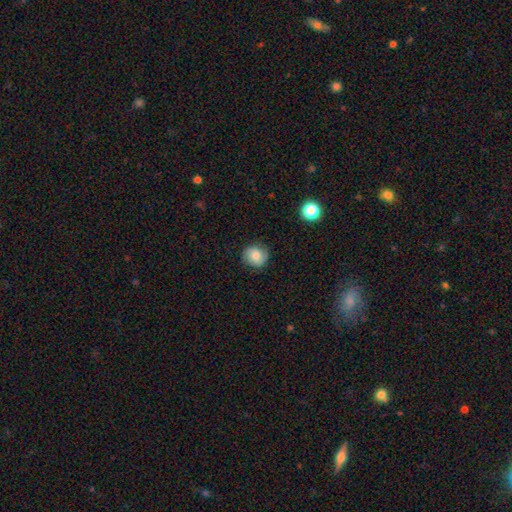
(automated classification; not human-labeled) smooth-or-featured: smooth: 70% | featured or disk: 20% | star or artifact: 10%
  how-rounded: round: 87% | in between: 12% | cigar-shaped: 1%
  merging: none: 81% | minor disturbance: 14% | major disturbance: 3% | merger: 1%